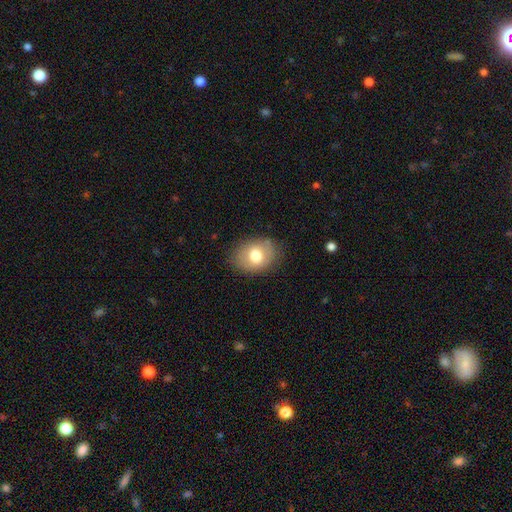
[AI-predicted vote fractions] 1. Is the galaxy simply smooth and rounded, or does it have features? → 74% smooth, 18% featured or disk, 8% star or artifact.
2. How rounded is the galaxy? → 65% in between, 34% round, 1% cigar-shaped.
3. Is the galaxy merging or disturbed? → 79% none, 15% minor disturbance, 4% major disturbance, 1% merger.